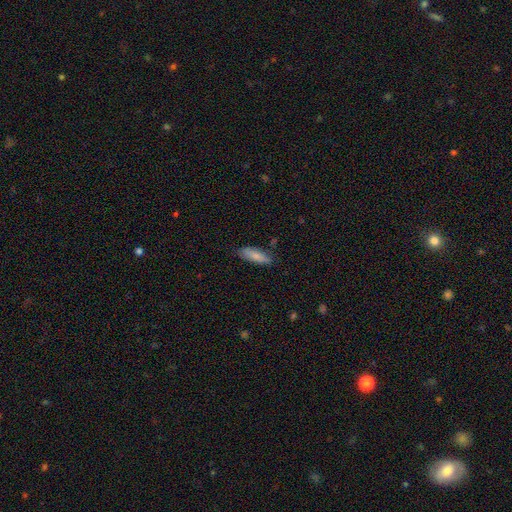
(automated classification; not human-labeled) Overall: smooth (82%). How rounded: in between (51%; cigar-shaped 47%). Merging: none (77%).